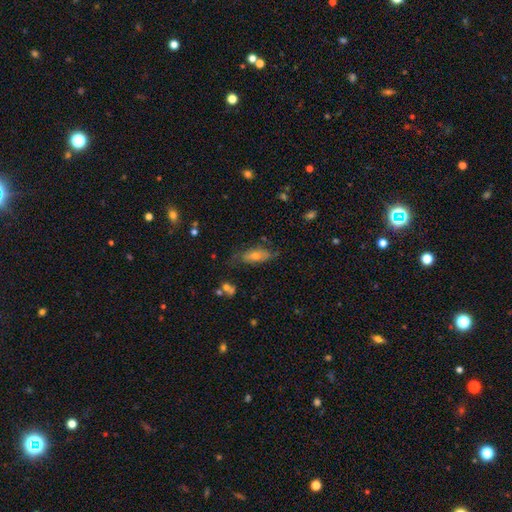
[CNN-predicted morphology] This is possibly a featured or disk galaxy (46%). Merging: likely none (63%).